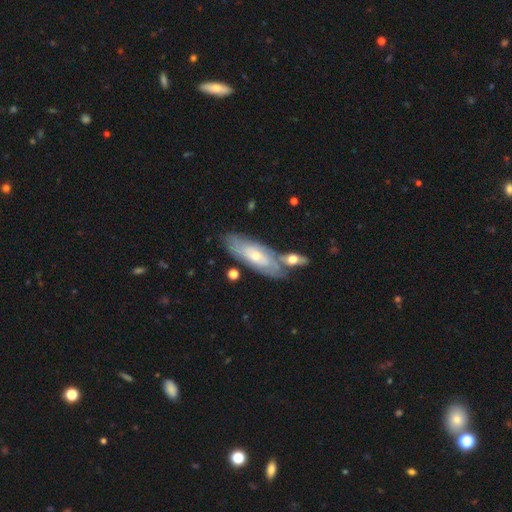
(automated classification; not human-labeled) A featured or disk galaxy (65%) with no bar (75%), spiral arms (75%) and a small central bulge (56%).

Vote fractions:
- Smooth or featured? featured or disk: 65% / smooth: 28% / star or artifact: 6%
- Edge-on disk? no: 81% / yes: 19%
- Bar? no: 75% / weak: 20% / strong: 4%
- Spiral arms? yes: 75% / no: 25%
- Bulge size? small: 56% / moderate: 40% / large: 2% / none: 1% / dominant: 1%
- Merging? none: 63% / merger: 17% / minor disturbance: 15% / major disturbance: 4%